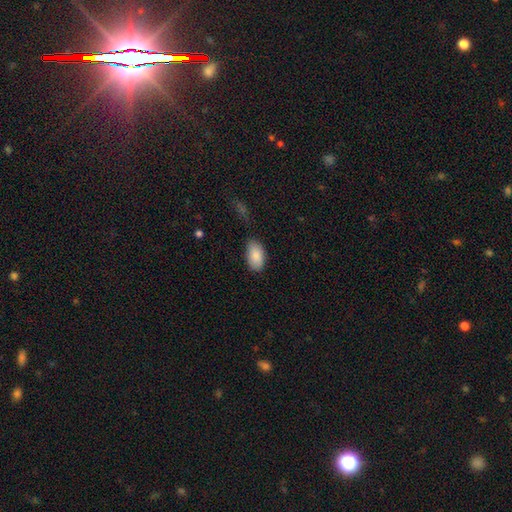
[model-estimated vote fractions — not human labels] A smooth galaxy with no disk features (88%) that is in between round and cigar-shaped (94%).

Vote fractions:
- Smooth or featured? smooth: 88% / star or artifact: 6% / featured or disk: 6%
- How rounded? in between: 94% / round: 4% / cigar-shaped: 2%
- Merging? none: 77% / minor disturbance: 18% / major disturbance: 3% / merger: 2%